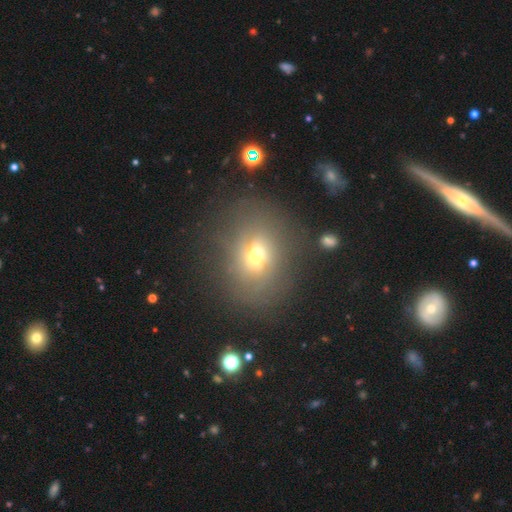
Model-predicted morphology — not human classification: Smooth or featured? smooth (51%)
How rounded? in between (56%)
Merging? none (69%)